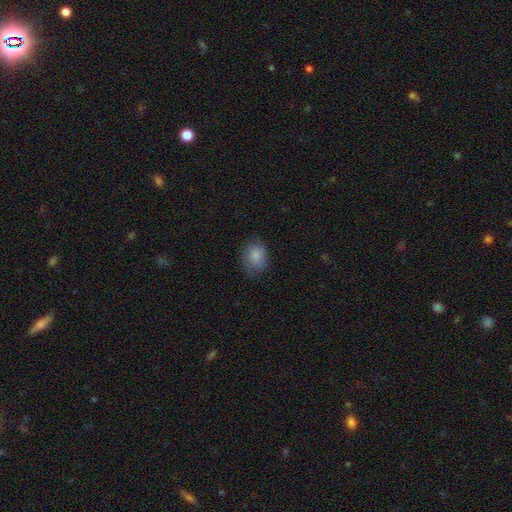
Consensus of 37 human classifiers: This appears to be a smooth galaxy with no disk features (89%) that is round (55%). Merging: none (67%).